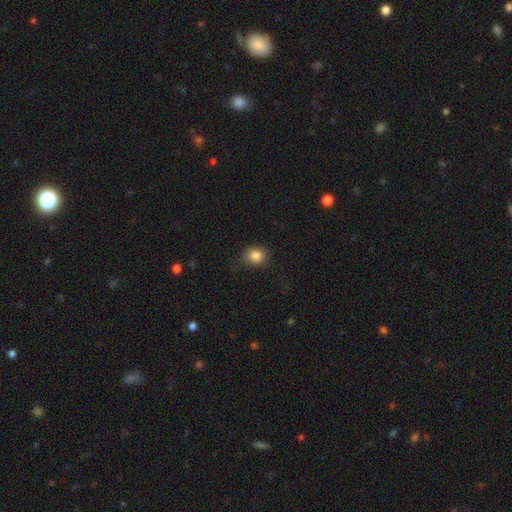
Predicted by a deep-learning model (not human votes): This is clearly a smooth galaxy (84%). How rounded: likely round (74%). Merging: likely none (78%).